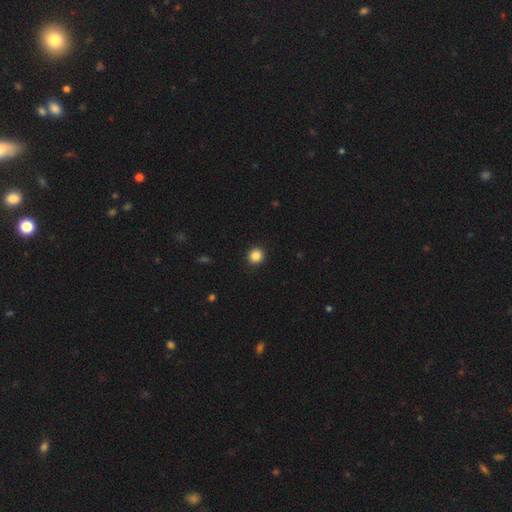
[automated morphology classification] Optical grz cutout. It shows a smooth galaxy with no disk features (86%) that is round (90%). Merging: none (92%).